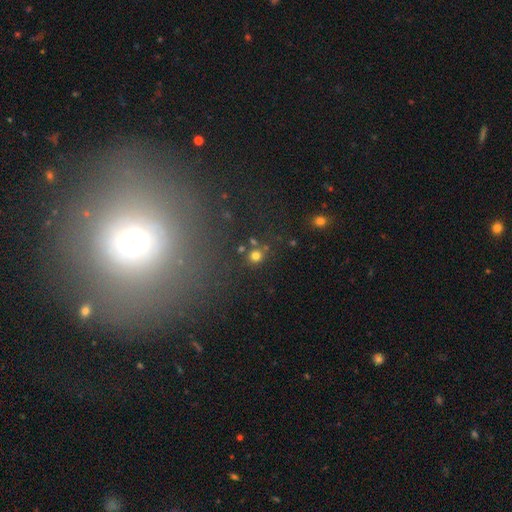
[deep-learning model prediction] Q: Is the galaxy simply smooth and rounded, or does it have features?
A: smooth — 76%.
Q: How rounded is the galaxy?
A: round — 88%.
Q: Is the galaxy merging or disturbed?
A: none — 79%.